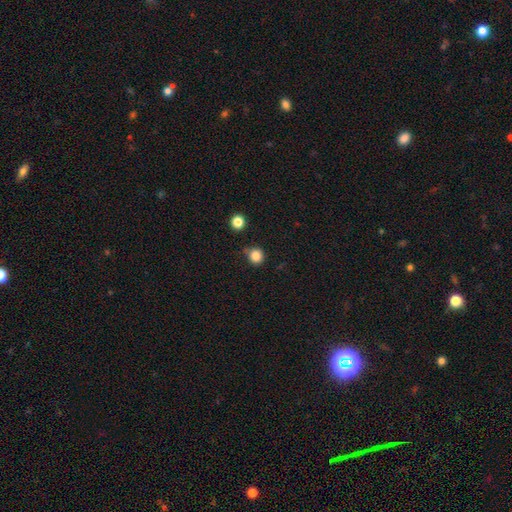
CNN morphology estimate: This appears to be a smooth galaxy with no disk features (84%) that is round (89%). Merging: none (73%).